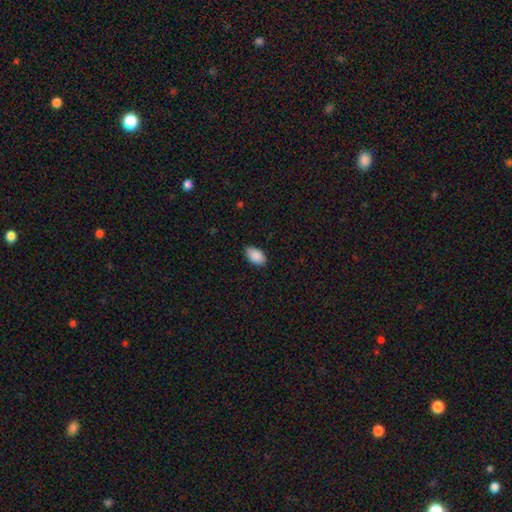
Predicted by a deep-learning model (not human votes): Morphology: type=smooth (89%); roundness=in between (93%); merging=none (83%).